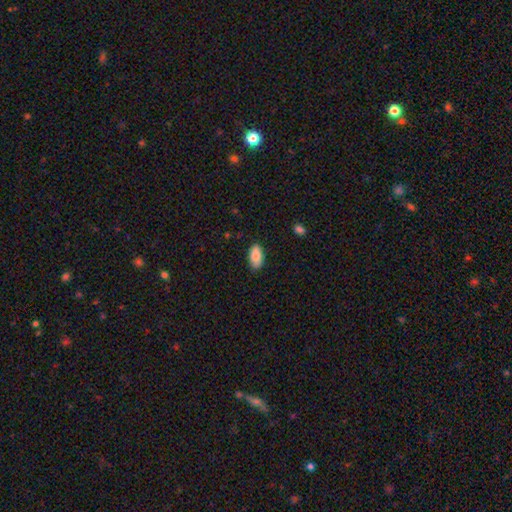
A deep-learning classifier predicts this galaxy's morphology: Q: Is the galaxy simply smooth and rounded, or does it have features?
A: smooth — 88%.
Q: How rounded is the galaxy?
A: in between — 93%.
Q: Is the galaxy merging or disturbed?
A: none — 86%.